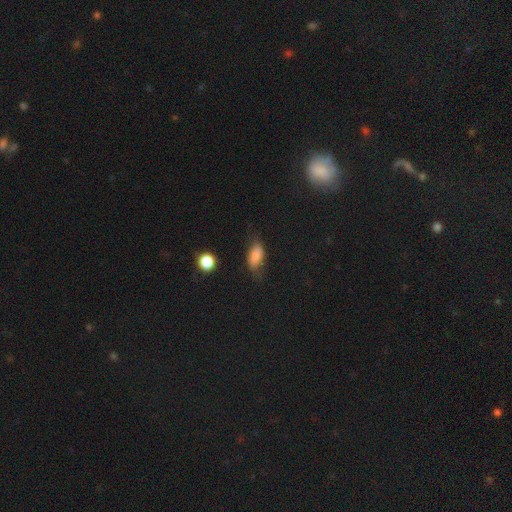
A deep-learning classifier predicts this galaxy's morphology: This is likely a smooth galaxy (79%). How rounded: clearly in between (86%). Merging: possibly none (58%).